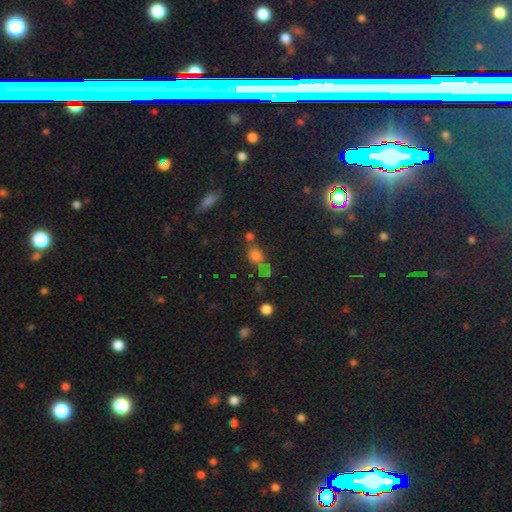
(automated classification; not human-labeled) smooth 62%, star or artifact 23%, featured or disk 15%. Down the decision tree: how rounded — in between (51%); merging — none (32%).